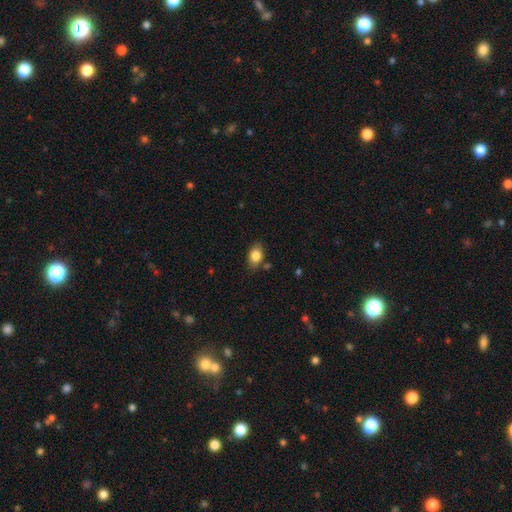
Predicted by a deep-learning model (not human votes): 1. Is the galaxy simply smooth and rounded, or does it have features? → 84% smooth, 8% star or artifact, 8% featured or disk.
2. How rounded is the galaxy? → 80% in between, 18% round, 2% cigar-shaped.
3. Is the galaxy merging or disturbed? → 78% none, 14% minor disturbance, 4% merger, 3% major disturbance.